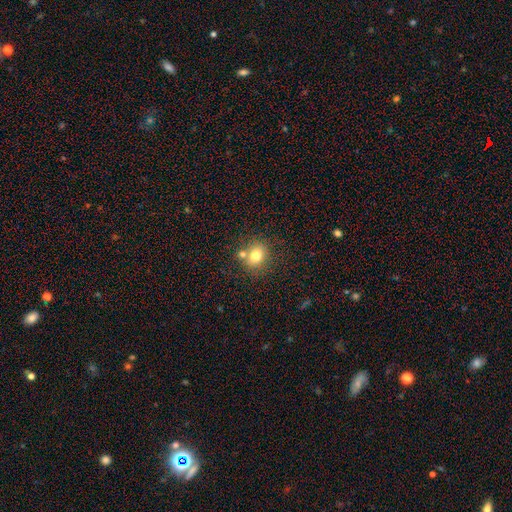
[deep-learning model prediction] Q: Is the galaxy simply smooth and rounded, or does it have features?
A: smooth — 77%.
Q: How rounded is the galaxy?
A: round — 70%.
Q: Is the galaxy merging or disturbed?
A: none — 65%.